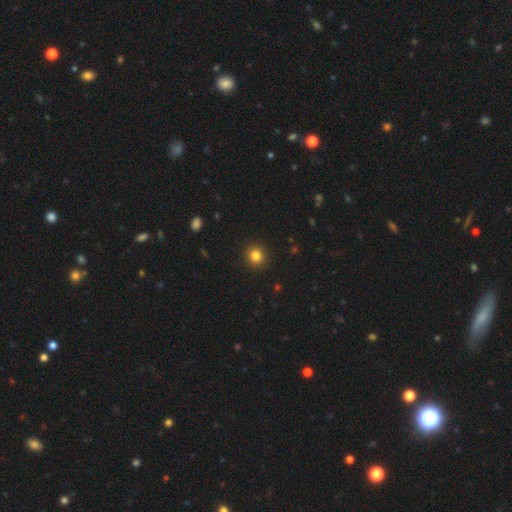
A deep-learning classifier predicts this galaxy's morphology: This is clearly a smooth galaxy (83%). How rounded: clearly round (90%). Merging: clearly none (92%).